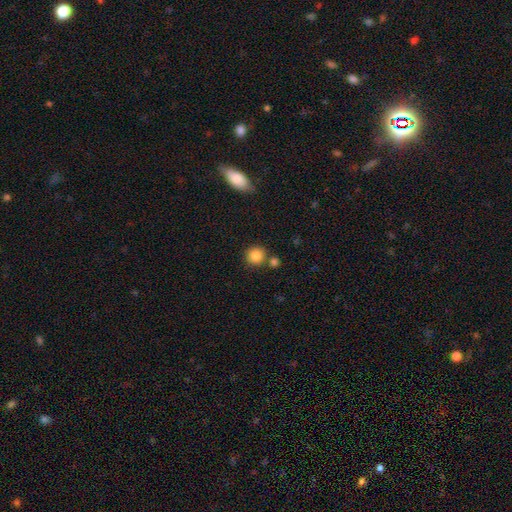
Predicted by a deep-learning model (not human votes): This is clearly a smooth galaxy (84%). How rounded: clearly round (91%). Merging: likely none (75%).